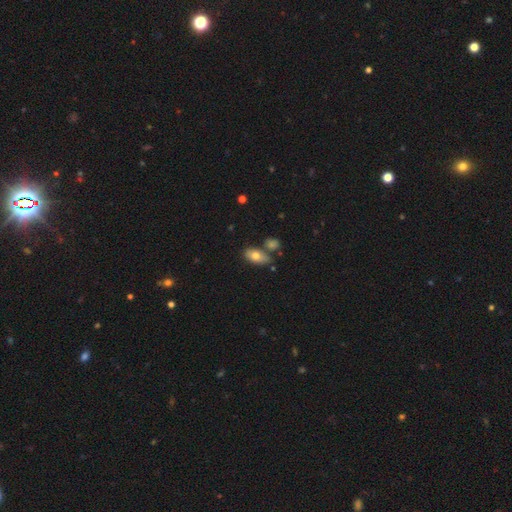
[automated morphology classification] The model was most divided on "merging": none: 65%, merger: 16%, minor disturbance: 15%, major disturbance: 4%. More confident: how rounded — in between (89%); smooth or featured — smooth (75%).